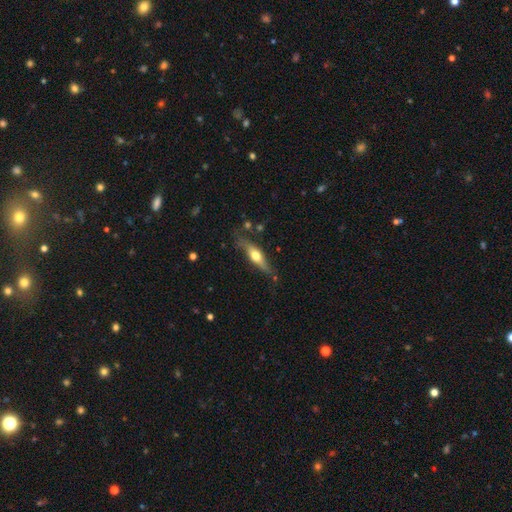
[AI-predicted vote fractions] The model was most divided on "smooth or featured": featured or disk: 53%, smooth: 41%, star or artifact: 6%. More confident: edge-on disk — yes (86%); merging — none (72%).